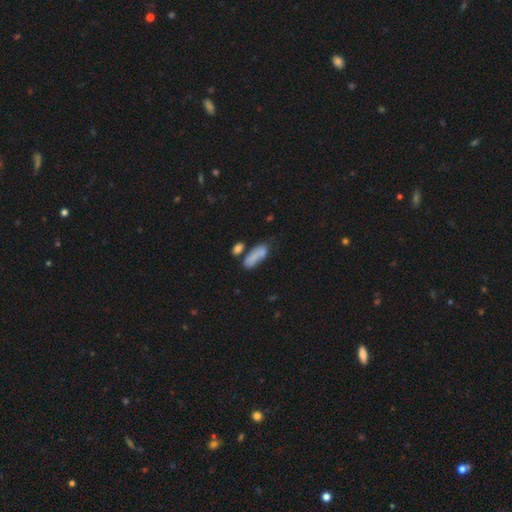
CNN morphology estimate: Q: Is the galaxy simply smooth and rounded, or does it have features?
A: smooth — 76%.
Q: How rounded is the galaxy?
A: in between — 70%.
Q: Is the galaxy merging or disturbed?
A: none — 41%.